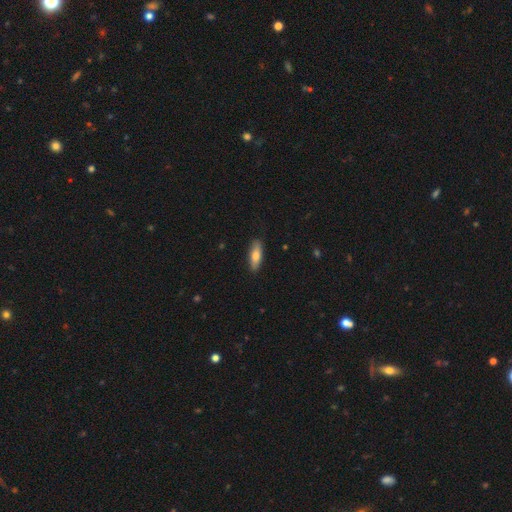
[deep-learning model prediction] A smooth galaxy with no disk features (74%) that is in between round and cigar-shaped (55%).

Vote fractions:
- Smooth or featured? smooth: 74% / featured or disk: 20% / star or artifact: 6%
- How rounded? in between: 55% / cigar-shaped: 43% / round: 2%
- Merging? none: 87% / minor disturbance: 10% / major disturbance: 2% / merger: 1%